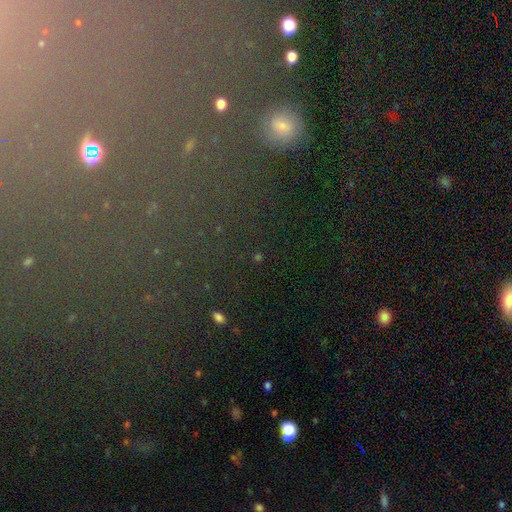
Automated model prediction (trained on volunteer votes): Smooth or featured?
  - star or artifact: 60% *
  - smooth: 27%
  - featured or disk: 13%